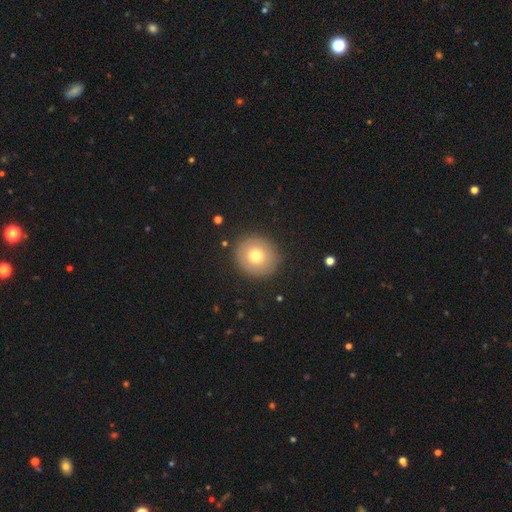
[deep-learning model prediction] Morphology: type=smooth (70%); roundness=round (88%); merging=none (88%).